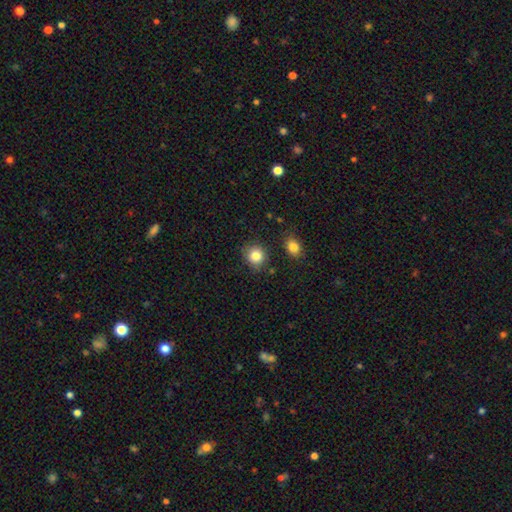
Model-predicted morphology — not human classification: Overall: smooth (85%). How rounded: round (86%). Merging: none (82%).